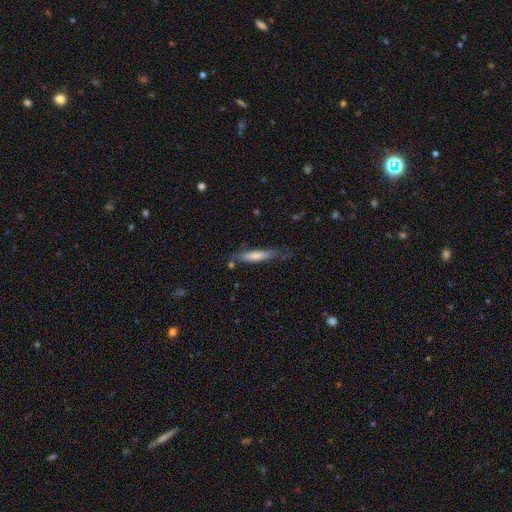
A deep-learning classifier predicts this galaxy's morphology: Smooth or featured? Predicted: smooth (p=0.65). How rounded? Predicted: cigar-shaped (p=0.84). Merging? Predicted: none (p=0.64).